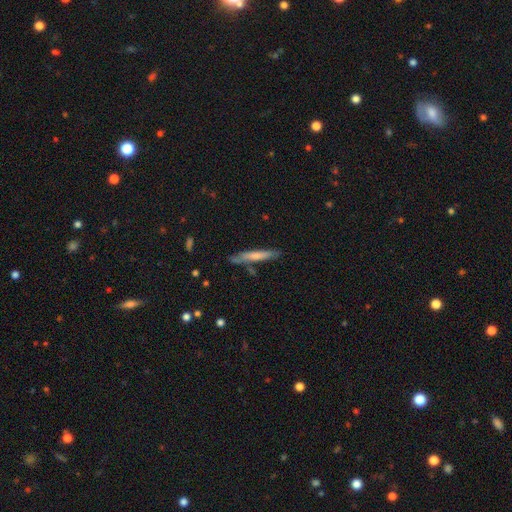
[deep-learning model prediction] Smooth or featured: smooth — 61% (featured or disk — 33%)
How rounded: cigar-shaped — 94% (in between — 5%)
Merging: none — 74% (minor disturbance — 16%)